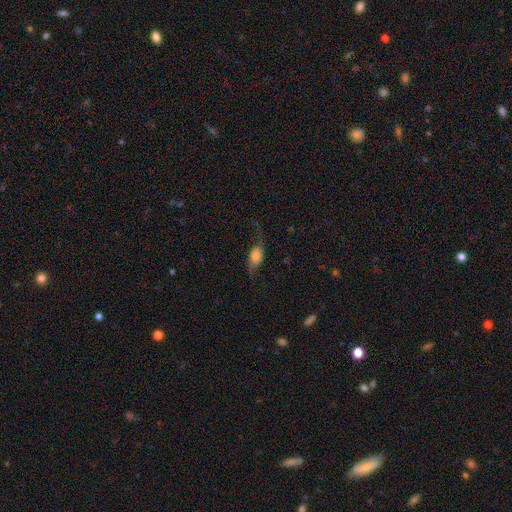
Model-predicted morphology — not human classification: smooth_or_featured: featured or disk (p=0.49) [alt: smooth p=0.43]
merging: none (p=0.51) [alt: major disturbance p=0.24]